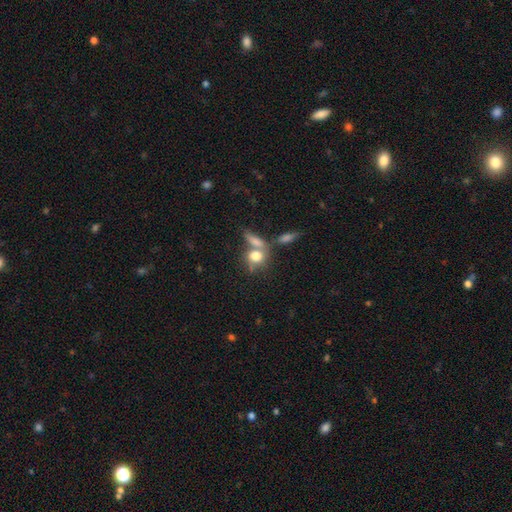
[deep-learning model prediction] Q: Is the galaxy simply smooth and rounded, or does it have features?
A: smooth — 73%.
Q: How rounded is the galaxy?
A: round — 54%.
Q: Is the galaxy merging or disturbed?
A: merger — 44%.